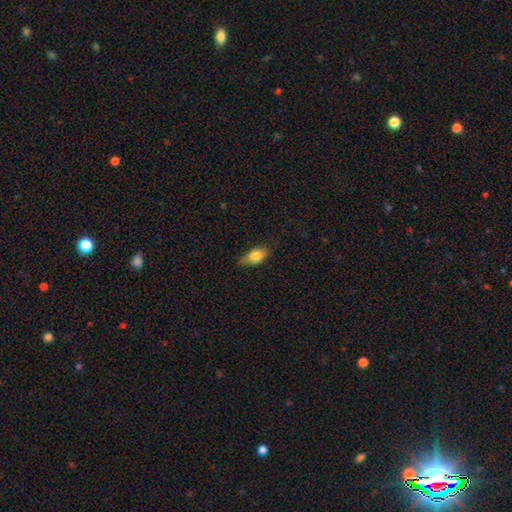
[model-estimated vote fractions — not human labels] smooth 77%, featured or disk 15%, star or artifact 7%. Down the decision tree: how rounded — in between (84%); merging — none (77%).